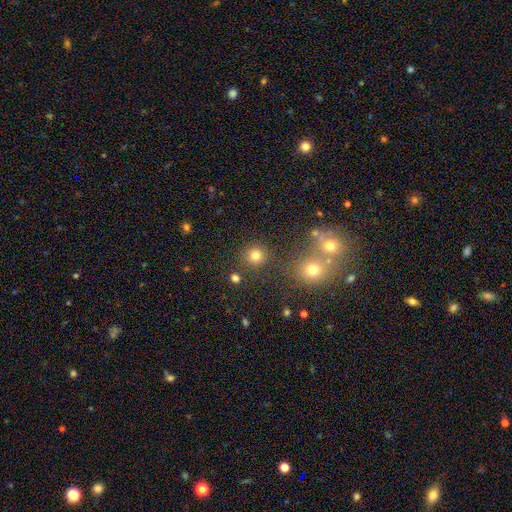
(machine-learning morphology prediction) Smooth or featured? smooth (78%)
How rounded? round (92%)
Merging? none (84%)